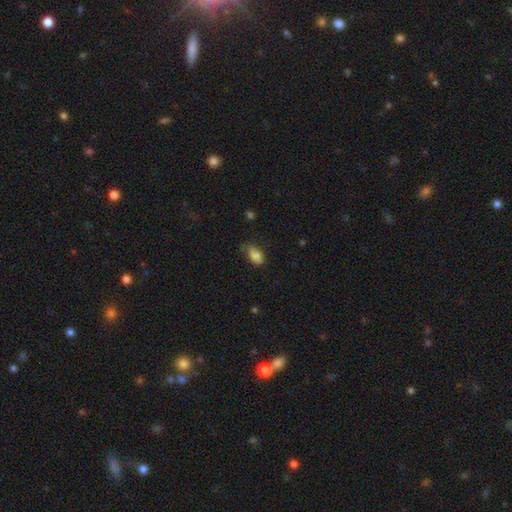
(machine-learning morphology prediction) A smooth galaxy with no disk features (85%) that is in between round and cigar-shaped (90%). Merging: none (57%).